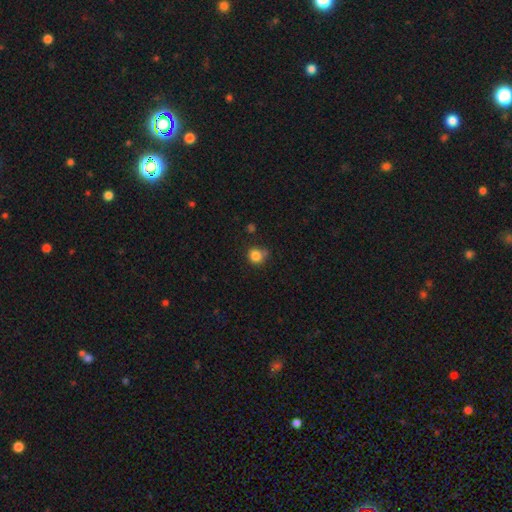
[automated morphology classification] Smooth or featured?
  - smooth: 84% *
  - star or artifact: 11%
  - featured or disk: 5%
How rounded?
  - round: 85% *
  - in between: 15%
  - cigar-shaped: 1%
Merging?
  - none: 67% *
  - minor disturbance: 24%
  - major disturbance: 6%
  - merger: 4%